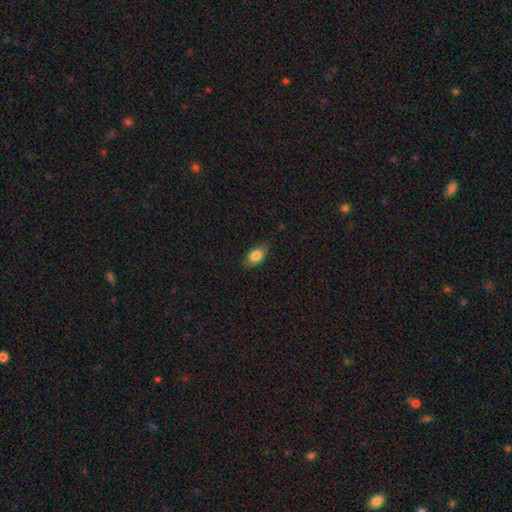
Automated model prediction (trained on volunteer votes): smooth_or_featured: smooth (p=0.82) [alt: featured or disk p=0.10]
how_rounded: in between (p=0.87) [alt: round p=0.09]
merging: none (p=0.79) [alt: minor disturbance p=0.17]